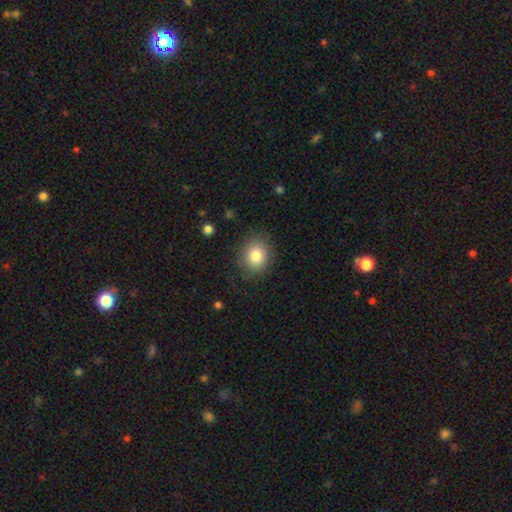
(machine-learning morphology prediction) The model was most divided on "how rounded": round: 70%, in between: 30%, cigar-shaped: 1%. More confident: smooth or featured — smooth (83%); merging — none (83%).